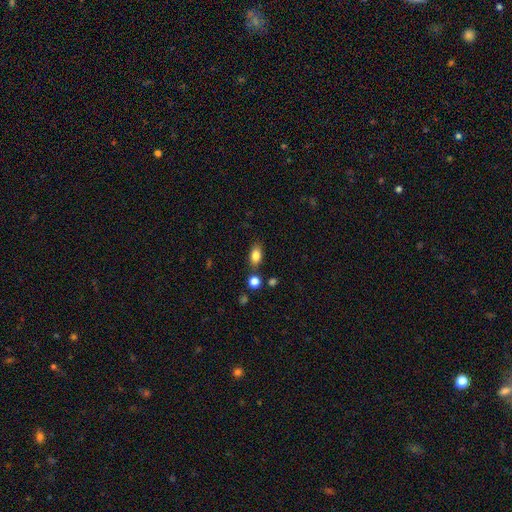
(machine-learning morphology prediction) type=smooth (83%); roundness=in between (85%); merging=none (77%).